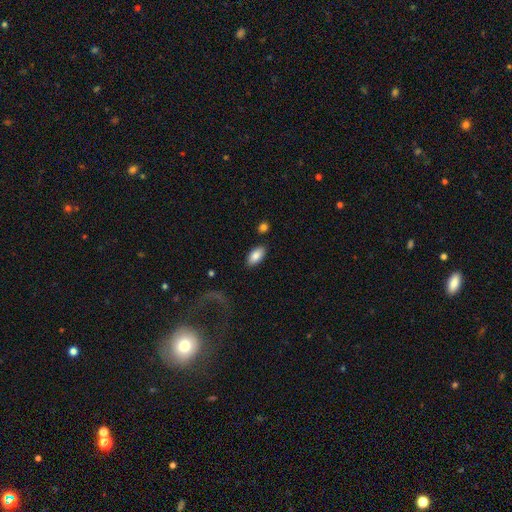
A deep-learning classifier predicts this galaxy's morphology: smooth_or_featured: smooth (p=0.85) [alt: featured or disk p=0.08]
how_rounded: in between (p=0.93) [alt: cigar-shaped p=0.04]
merging: none (p=0.86) [alt: minor disturbance p=0.09]